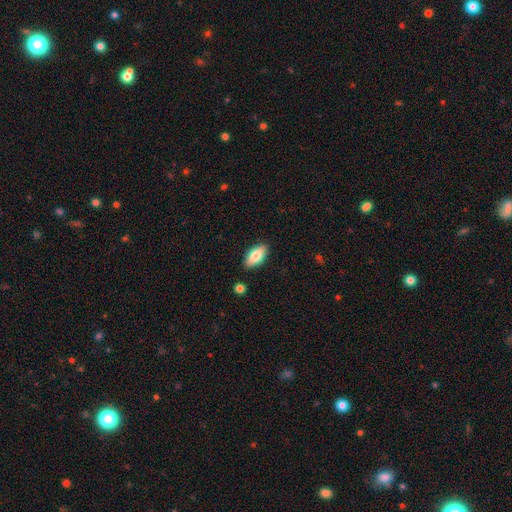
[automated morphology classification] smooth_or_featured: smooth (p=0.79) [alt: featured or disk p=0.14]
how_rounded: in between (p=0.87) [alt: cigar-shaped p=0.10]
merging: none (p=0.87) [alt: minor disturbance p=0.09]